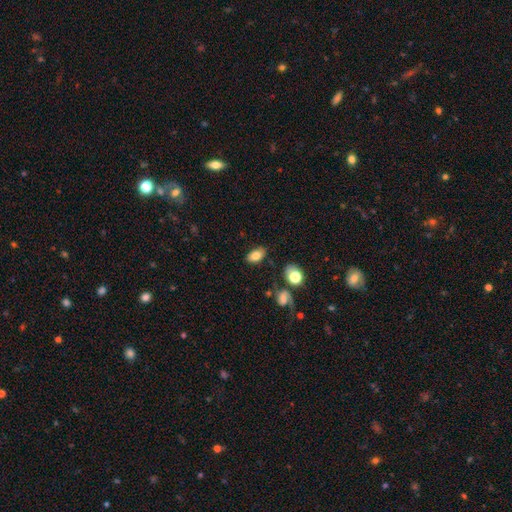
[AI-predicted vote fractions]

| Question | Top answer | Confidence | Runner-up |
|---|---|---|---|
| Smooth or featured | smooth | 80% | featured or disk (11%) |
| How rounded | in between | 90% | round (8%) |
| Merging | none | 78% | minor disturbance (14%) |